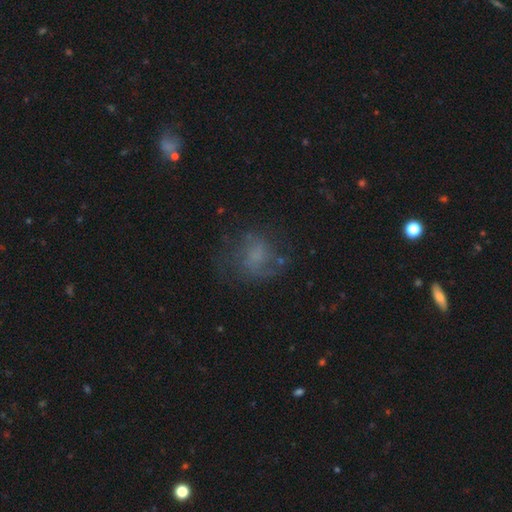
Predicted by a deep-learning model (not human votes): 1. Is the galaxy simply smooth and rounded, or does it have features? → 49% featured or disk, 35% smooth, 17% star or artifact.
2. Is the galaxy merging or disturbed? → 59% none, 20% minor disturbance, 19% major disturbance, 2% merger.